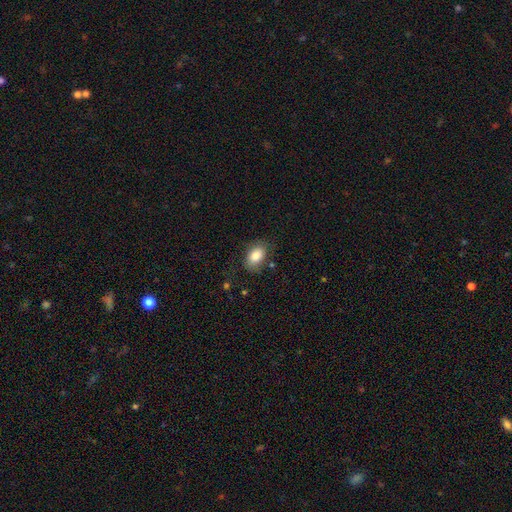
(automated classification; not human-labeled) The model was most divided on "merging": none: 73%, minor disturbance: 19%, major disturbance: 6%, merger: 2%. More confident: how rounded — in between (85%); smooth or featured — smooth (83%).